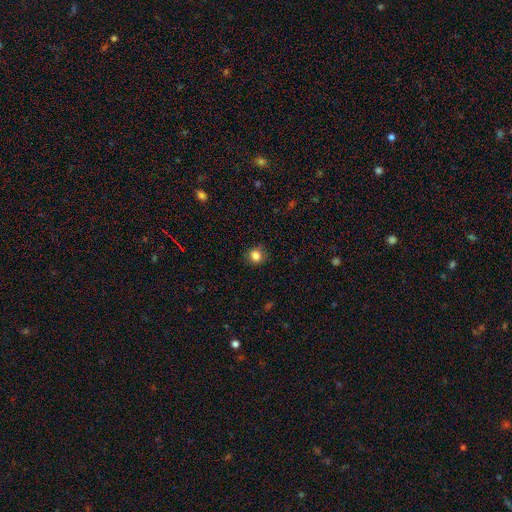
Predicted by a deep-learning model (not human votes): Smooth or featured? smooth (84%)
How rounded? round (86%)
Merging? none (87%)